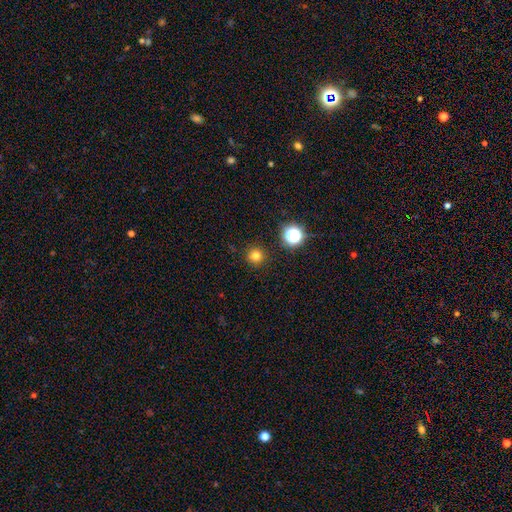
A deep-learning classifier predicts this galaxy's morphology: Smooth or featured?
  - smooth: 78% *
  - star or artifact: 17%
  - featured or disk: 5%
How rounded?
  - round: 95% *
  - in between: 4%
  - cigar-shaped: 1%
Merging?
  - none: 91% *
  - minor disturbance: 5%
  - major disturbance: 2%
  - merger: 1%